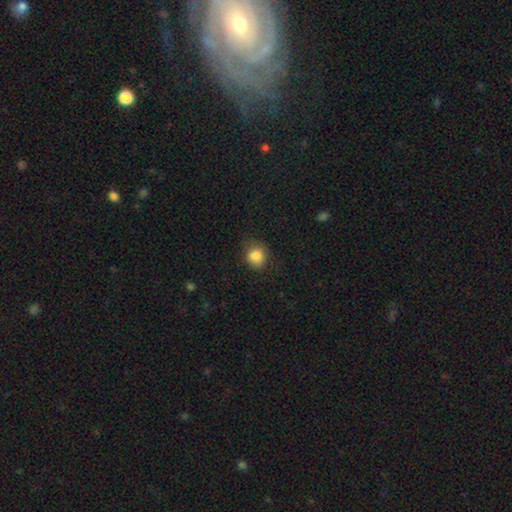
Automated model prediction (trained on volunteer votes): Smooth or featured: smooth — 85% (star or artifact — 10%)
How rounded: round — 71% (in between — 28%)
Merging: none — 70% (minor disturbance — 22%)